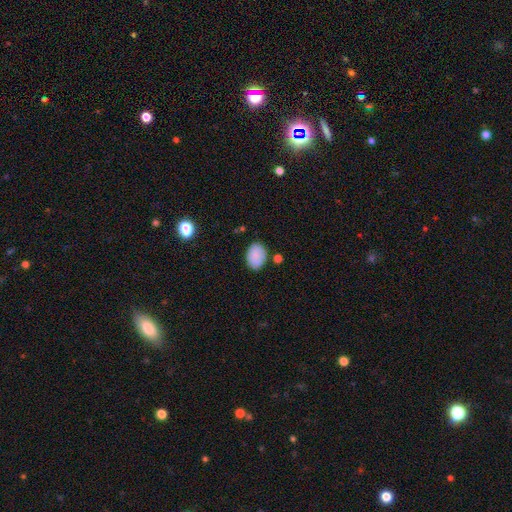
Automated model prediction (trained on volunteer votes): The model was most divided on "how rounded": in between: 80%, round: 19%, cigar-shaped: 1%. More confident: smooth or featured — smooth (85%); merging — none (78%).